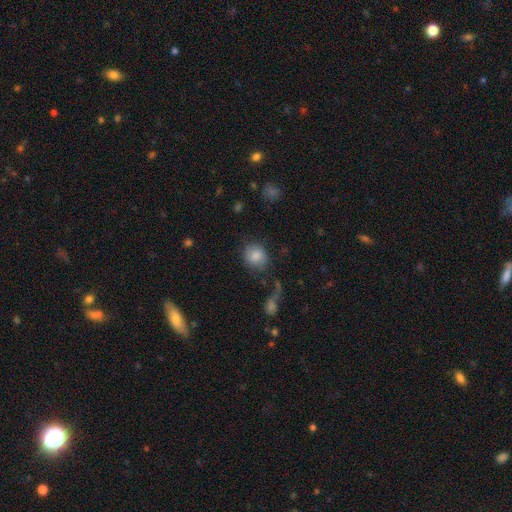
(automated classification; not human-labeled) A smooth galaxy with no disk features (82%) that is round (76%). Merging: none (69%).